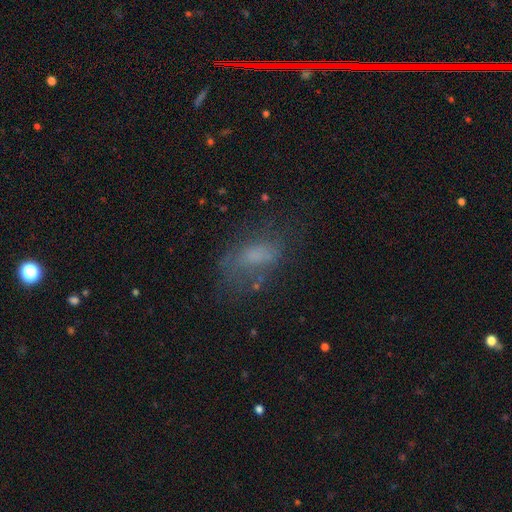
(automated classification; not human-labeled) smooth 55%, featured or disk 28%, star or artifact 17%. Down the decision tree: how rounded — in between (84%); merging — none (49%).